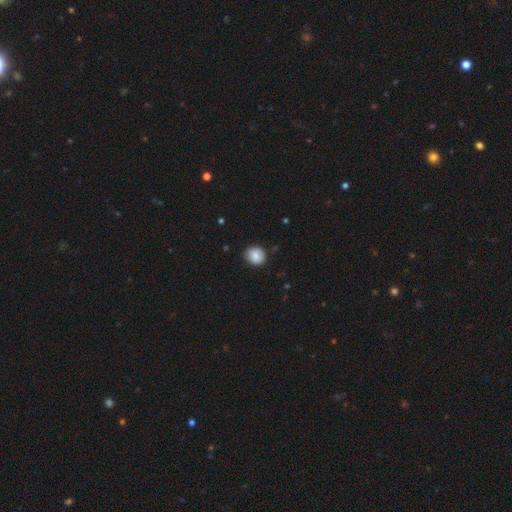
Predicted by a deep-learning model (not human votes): Smooth or featured?
  - smooth: 83% *
  - featured or disk: 9%
  - star or artifact: 8%
How rounded?
  - round: 83% *
  - in between: 16%
  - cigar-shaped: 1%
Merging?
  - none: 85% *
  - minor disturbance: 12%
  - major disturbance: 2%
  - merger: 1%